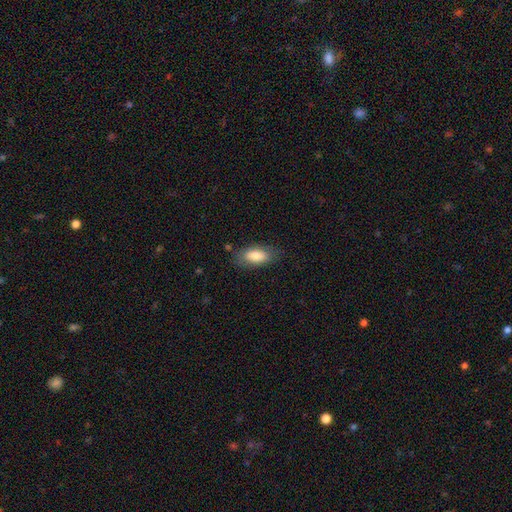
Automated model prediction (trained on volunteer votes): The model was most divided on "merging": none: 77%, minor disturbance: 17%, major disturbance: 5%, merger: 2%. More confident: how rounded — in between (89%); smooth or featured — smooth (80%).